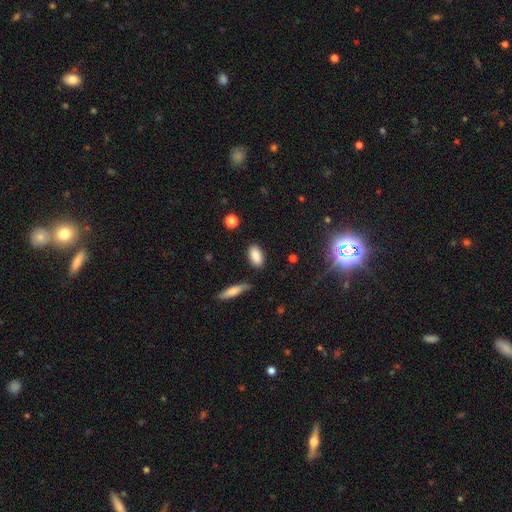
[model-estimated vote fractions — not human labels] Smooth or featured?
  - smooth: 86% *
  - star or artifact: 8%
  - featured or disk: 6%
How rounded?
  - in between: 90% *
  - cigar-shaped: 6%
  - round: 4%
Merging?
  - none: 84% *
  - minor disturbance: 11%
  - major disturbance: 3%
  - merger: 2%